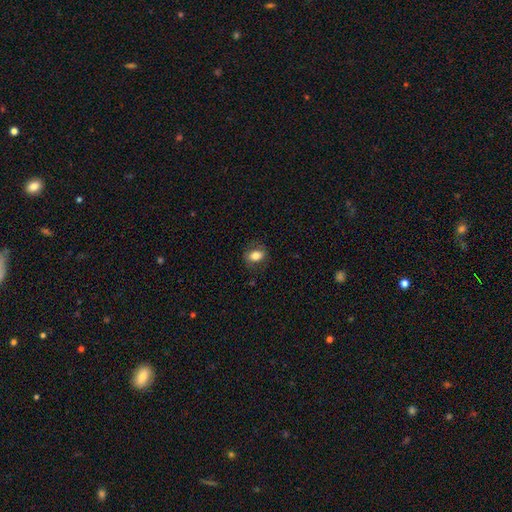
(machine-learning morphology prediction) smooth-or-featured: smooth: 76% | featured or disk: 15% | star or artifact: 9%
  how-rounded: in between: 74% | round: 24% | cigar-shaped: 2%
  merging: none: 78% | minor disturbance: 15% | major disturbance: 6% | merger: 1%